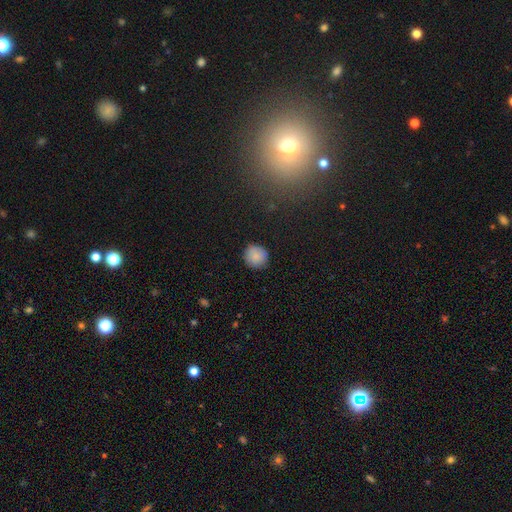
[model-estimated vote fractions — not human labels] A smooth galaxy with no disk features (85%) that is round (92%).

Vote fractions:
- Smooth or featured? smooth: 85% / star or artifact: 9% / featured or disk: 6%
- How rounded? round: 92% / in between: 7% / cigar-shaped: 1%
- Merging? none: 87% / minor disturbance: 10% / major disturbance: 2% / merger: 1%